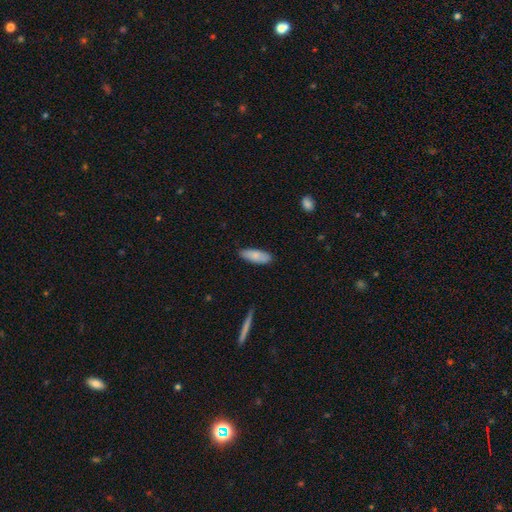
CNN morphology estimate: Smooth or featured?
  - smooth: 81% *
  - featured or disk: 13%
  - star or artifact: 6%
How rounded?
  - in between: 70% *
  - cigar-shaped: 28%
  - round: 2%
Merging?
  - none: 82% *
  - minor disturbance: 14%
  - major disturbance: 2%
  - merger: 1%